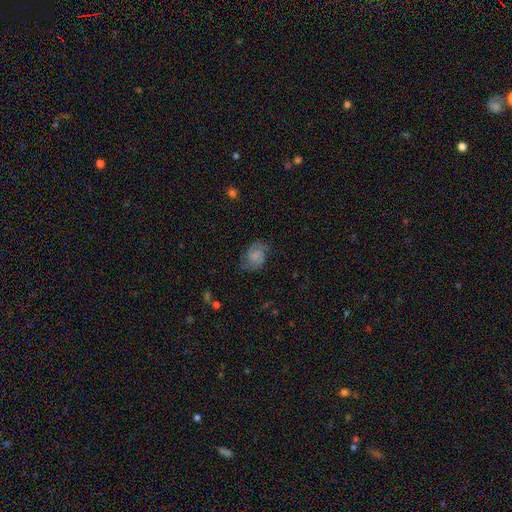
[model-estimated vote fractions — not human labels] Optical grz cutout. It shows a featured or disk galaxy (46%). Merging: none (64%).